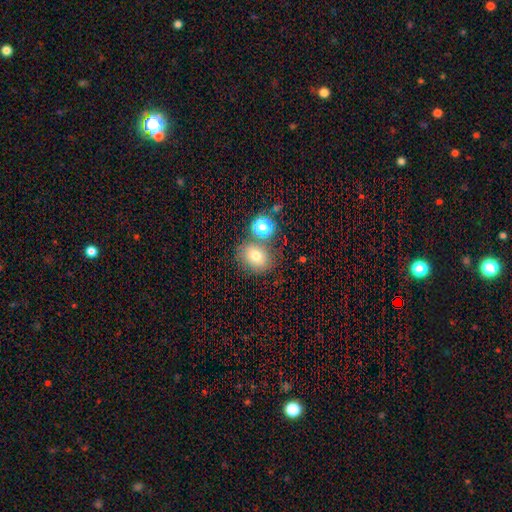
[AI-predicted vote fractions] Smooth or featured? smooth (72%)
How rounded? round (52%)
Merging? none (69%)